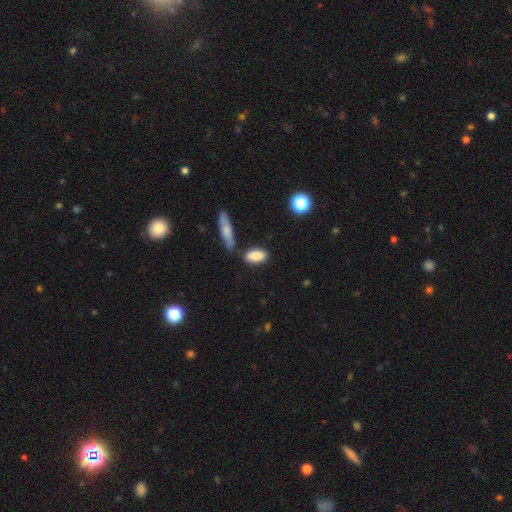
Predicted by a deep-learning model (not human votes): smooth_or_featured: smooth (p=0.84) [alt: featured or disk p=0.09]
how_rounded: in between (p=0.86) [alt: cigar-shaped p=0.10]
merging: none (p=0.76) [alt: minor disturbance p=0.13]